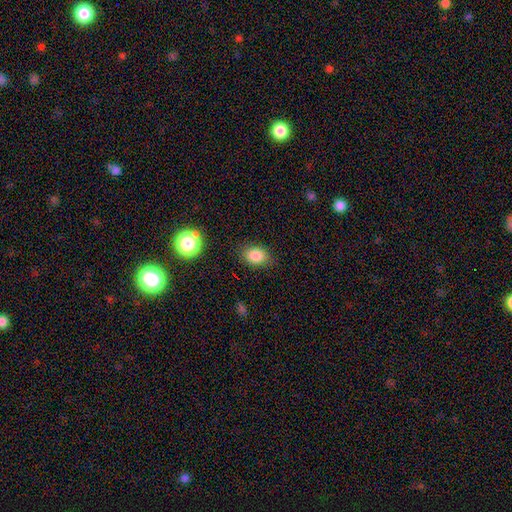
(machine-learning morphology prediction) The model was most divided on "how rounded": in between: 69%, round: 30%, cigar-shaped: 1%. More confident: smooth or featured — smooth (84%); merging — none (81%).